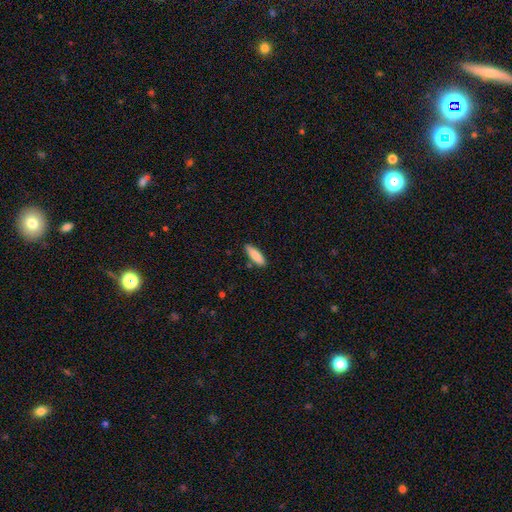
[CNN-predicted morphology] Overall: smooth (86%). How rounded: cigar-shaped (56%; in between 42%). Merging: none (83%).